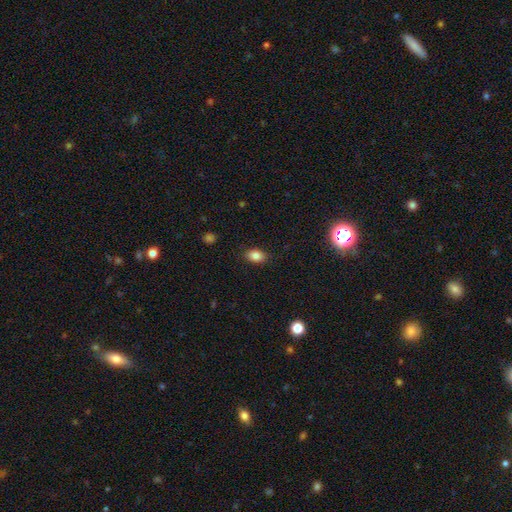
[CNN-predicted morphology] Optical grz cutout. It shows a smooth galaxy with no disk features (84%) that is in between round and cigar-shaped (84%). Merging: none (86%).